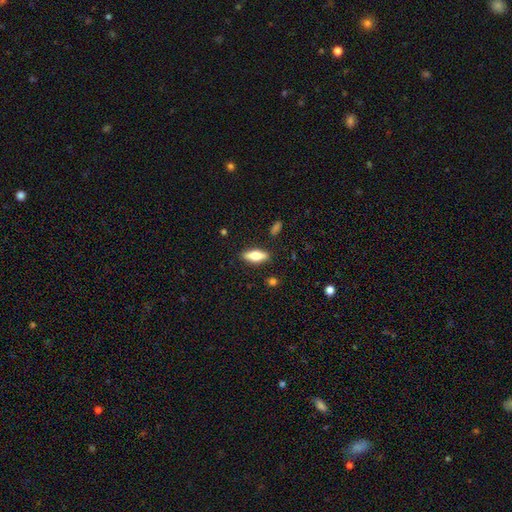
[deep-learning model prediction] Smooth or featured?
  - smooth: 63% *
  - featured or disk: 30%
  - star or artifact: 7%
How rounded?
  - in between: 66% *
  - cigar-shaped: 31%
  - round: 3%
Merging?
  - none: 87% *
  - minor disturbance: 9%
  - major disturbance: 2%
  - merger: 2%